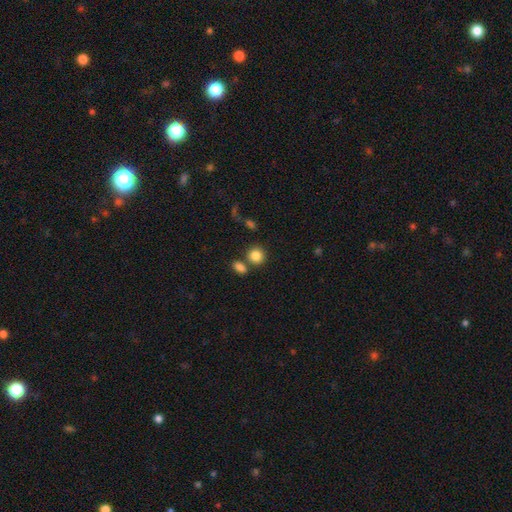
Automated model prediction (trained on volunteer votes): smooth 85%, star or artifact 9%, featured or disk 6%. Down the decision tree: how rounded — round (81%); merging — none (67%).